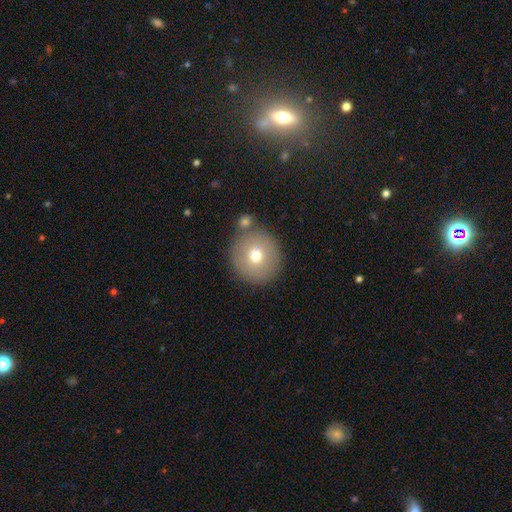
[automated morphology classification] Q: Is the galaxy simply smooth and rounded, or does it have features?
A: smooth — 72%.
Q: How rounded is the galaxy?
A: round — 94%.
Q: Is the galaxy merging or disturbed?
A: none — 75%.